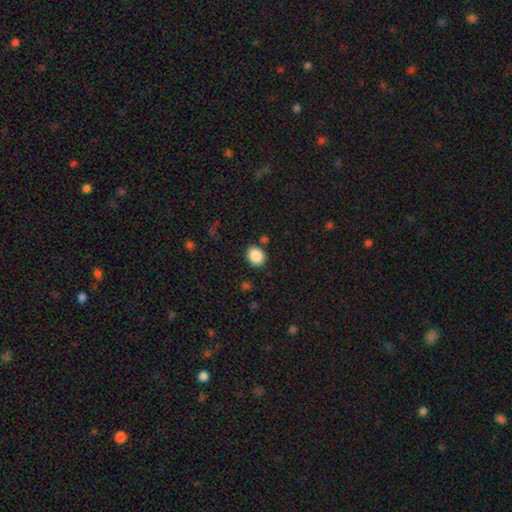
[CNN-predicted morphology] A smooth galaxy with no disk features (87%) that is round (55%). Merging: none (85%).